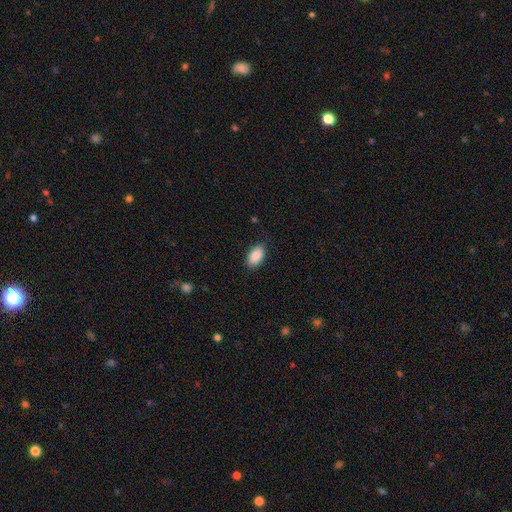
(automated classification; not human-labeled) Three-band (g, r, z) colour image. It shows a smooth galaxy with no disk features (89%) that is in between round and cigar-shaped (94%). Merging: none (85%).